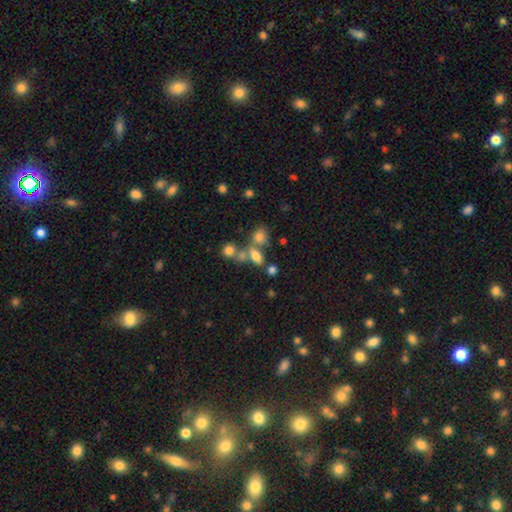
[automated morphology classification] A smooth galaxy with no disk features (69%) that is in between round and cigar-shaped (77%).

Vote fractions:
- Smooth or featured? smooth: 69% / featured or disk: 16% / star or artifact: 16%
- How rounded? in between: 77% / round: 18% / cigar-shaped: 5%
- Merging? none: 41% / merger: 39% / minor disturbance: 12% / major disturbance: 8%